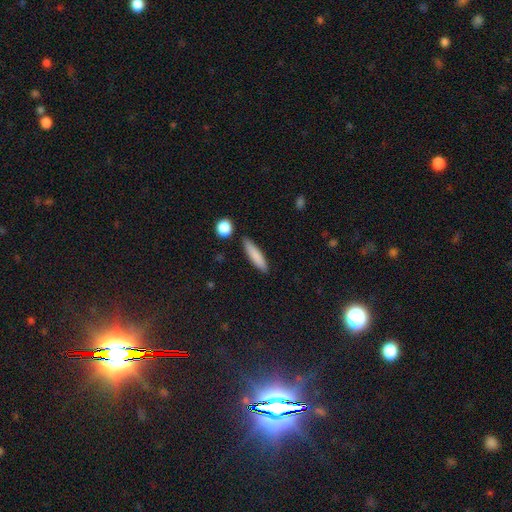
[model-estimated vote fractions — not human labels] This is clearly a smooth galaxy (82%). How rounded: likely cigar-shaped (79%). Merging: clearly none (84%).